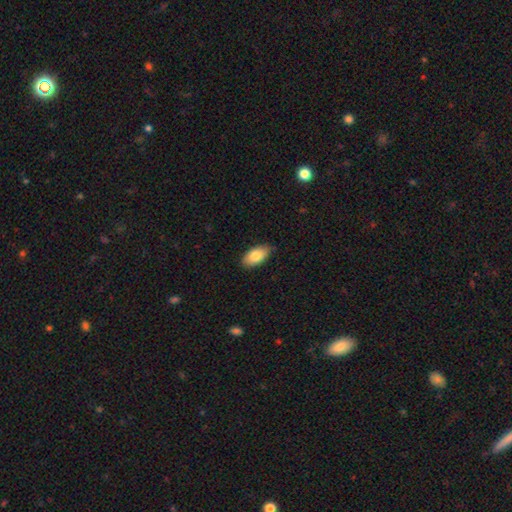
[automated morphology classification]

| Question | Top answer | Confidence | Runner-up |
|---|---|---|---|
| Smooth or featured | smooth | 83% | featured or disk (11%) |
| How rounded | in between | 94% | round (3%) |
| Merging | none | 85% | minor disturbance (12%) |